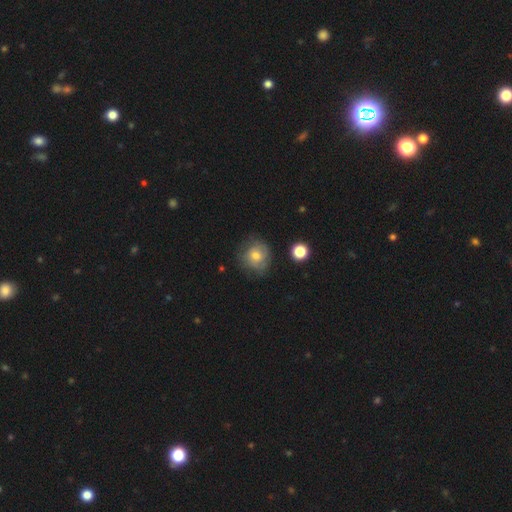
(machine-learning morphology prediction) This is possibly a smooth galaxy (57%). How rounded: clearly round (85%). Merging: likely none (67%).